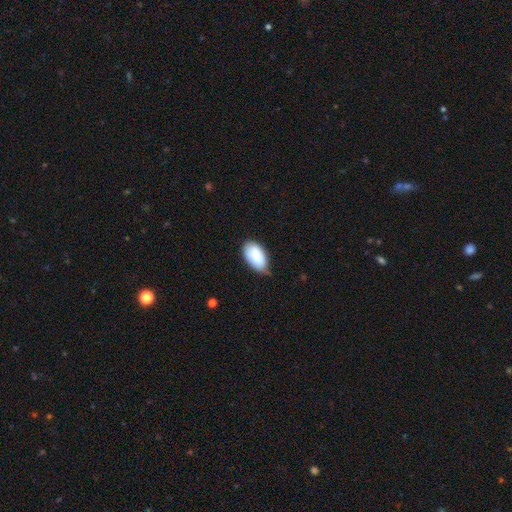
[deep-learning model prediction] Q: Smooth or featured?
A: smooth (88%); runner-up: star or artifact (6%)
Q: How rounded?
A: in between (95%); runner-up: round (3%)
Q: Merging?
A: none (55%); runner-up: minor disturbance (38%)